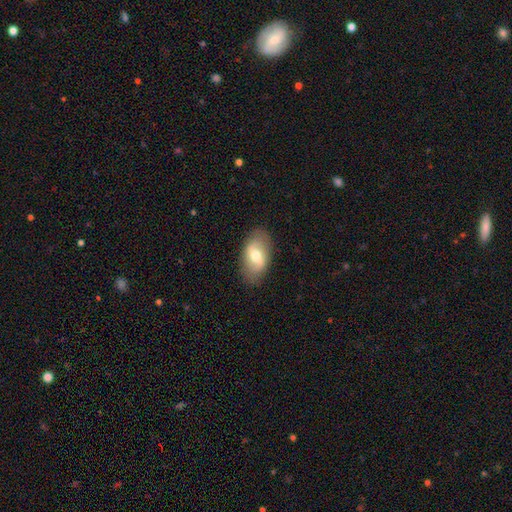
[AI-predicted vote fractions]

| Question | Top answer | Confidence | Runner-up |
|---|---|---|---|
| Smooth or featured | smooth | 54% | featured or disk (40%) |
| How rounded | in between | 91% | round (7%) |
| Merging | none | 83% | minor disturbance (12%) |